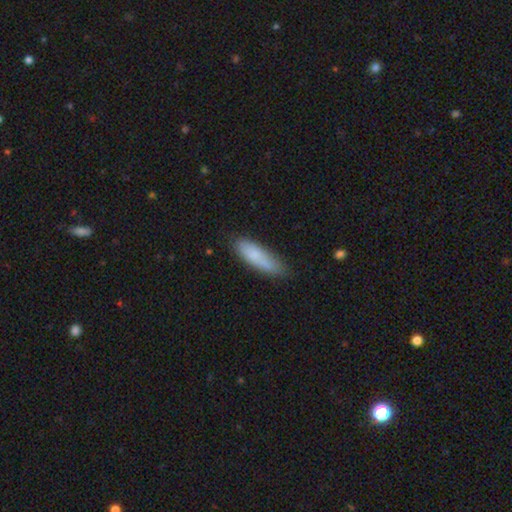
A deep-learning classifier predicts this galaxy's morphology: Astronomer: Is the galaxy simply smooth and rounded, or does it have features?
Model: smooth — 80%.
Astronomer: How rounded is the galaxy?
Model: cigar-shaped — 57% (runner-up: in between, 41%).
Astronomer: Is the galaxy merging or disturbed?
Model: none — 70%.